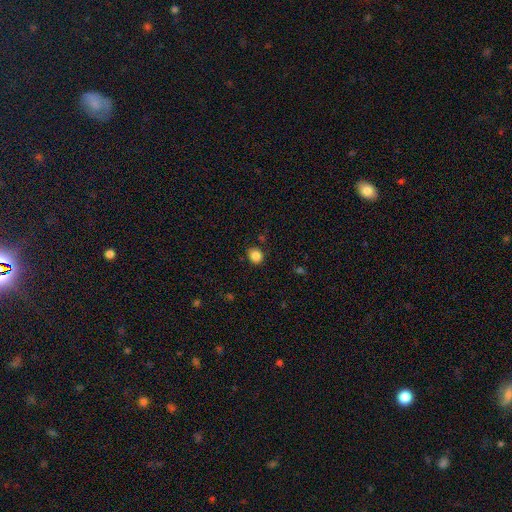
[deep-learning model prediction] Overall: smooth (85%). How rounded: round (75%). Merging: none (85%).